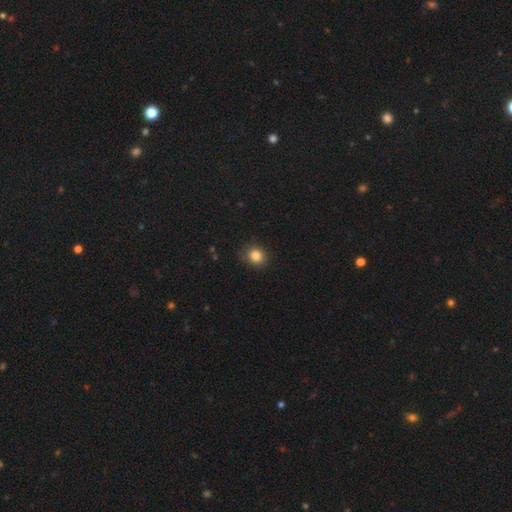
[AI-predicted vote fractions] A smooth galaxy with no disk features (85%) that is round (80%).

Vote fractions:
- Smooth or featured? smooth: 85% / star or artifact: 10% / featured or disk: 5%
- How rounded? round: 80% / in between: 19% / cigar-shaped: 1%
- Merging? none: 80% / minor disturbance: 15% / major disturbance: 3% / merger: 1%